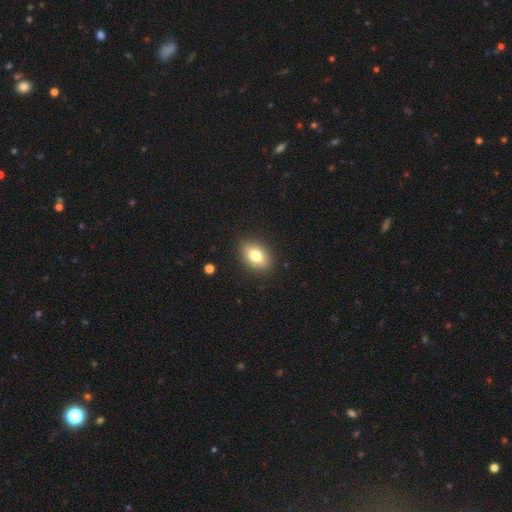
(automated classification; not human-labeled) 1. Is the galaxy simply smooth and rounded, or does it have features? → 80% smooth, 12% featured or disk, 9% star or artifact.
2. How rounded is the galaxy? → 85% in between, 13% round, 2% cigar-shaped.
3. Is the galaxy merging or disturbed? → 88% none, 9% minor disturbance, 2% major disturbance, 1% merger.